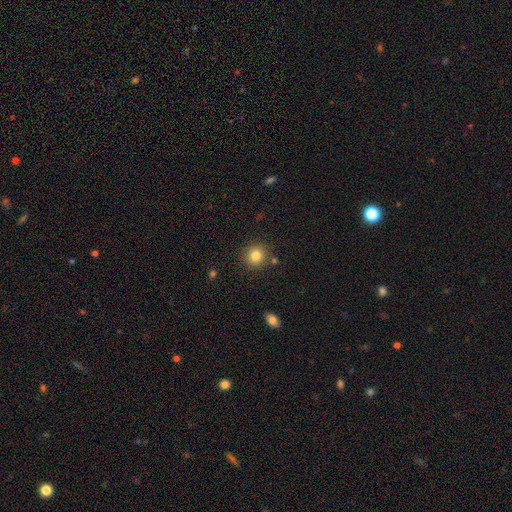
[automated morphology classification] The model was most divided on "smooth or featured": smooth: 81%, star or artifact: 12%, featured or disk: 7%. More confident: how rounded — round (90%); merging — none (86%).